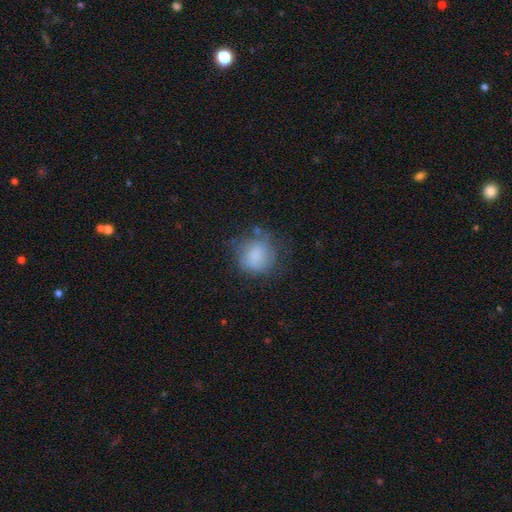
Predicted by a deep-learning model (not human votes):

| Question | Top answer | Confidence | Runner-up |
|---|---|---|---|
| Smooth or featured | smooth | 69% | featured or disk (22%) |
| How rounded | round | 81% | in between (18%) |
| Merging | none | 54% | minor disturbance (26%) |